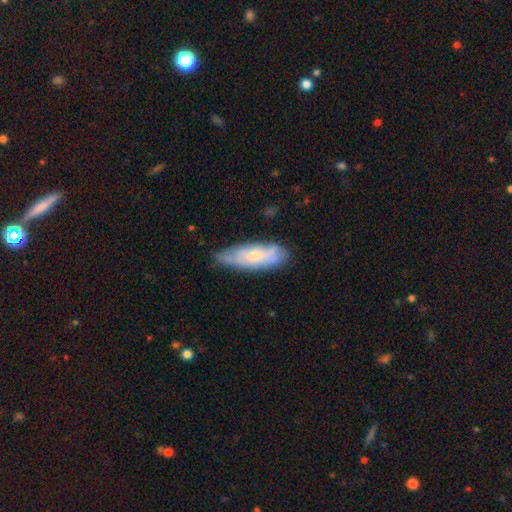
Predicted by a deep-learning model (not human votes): Smooth or featured?
  - smooth: 52% *
  - featured or disk: 42%
  - star or artifact: 6%
How rounded?
  - in between: 64% *
  - cigar-shaped: 33%
  - round: 2%
Merging?
  - none: 57% *
  - minor disturbance: 33%
  - major disturbance: 7%
  - merger: 3%